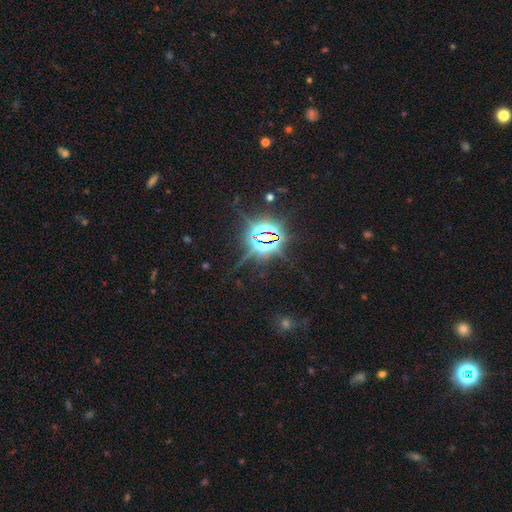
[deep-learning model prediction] Morphology: type=star or artifact (84%).